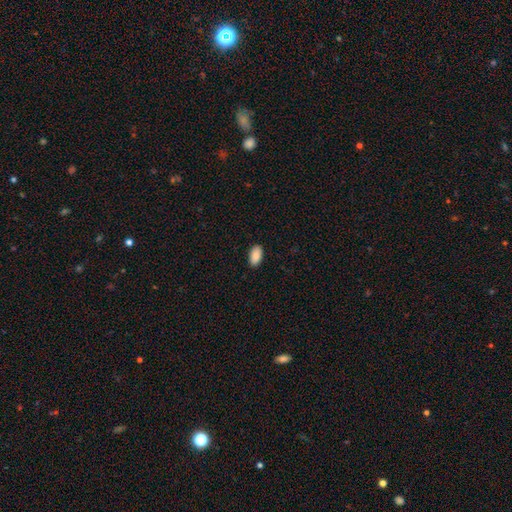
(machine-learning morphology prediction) type=smooth (90%); roundness=in between (95%); merging=none (89%).